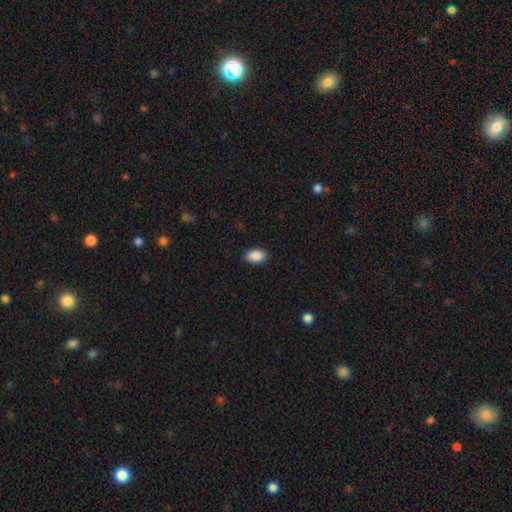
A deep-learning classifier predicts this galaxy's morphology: The model was most divided on "merging": none: 90%, minor disturbance: 7%, major disturbance: 2%, merger: 1%. More confident: how rounded — in between (92%); smooth or featured — smooth (90%).